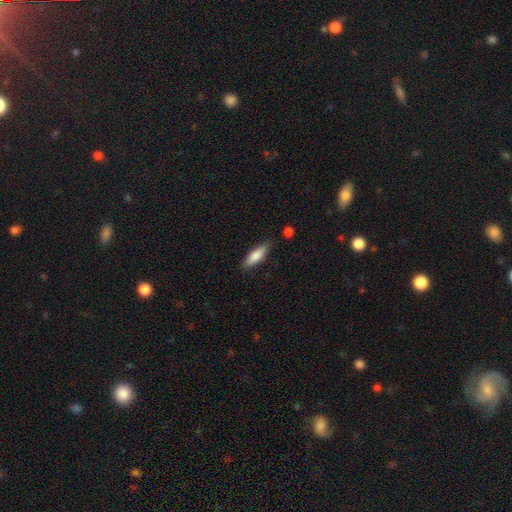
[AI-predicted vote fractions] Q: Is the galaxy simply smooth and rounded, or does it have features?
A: smooth — 76%.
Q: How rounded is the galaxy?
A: cigar-shaped — 54%.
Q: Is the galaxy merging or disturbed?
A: none — 84%.